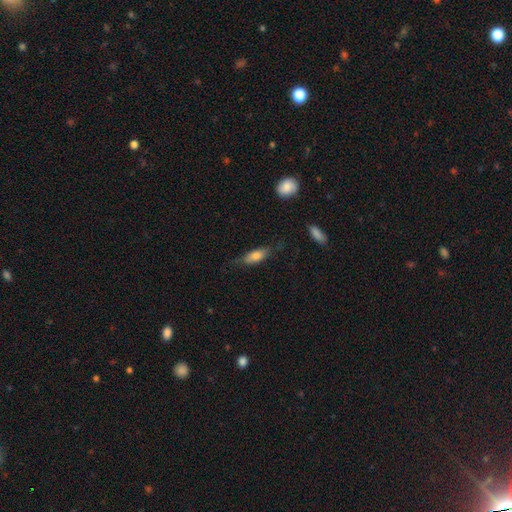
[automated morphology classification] Smooth or featured? Predicted: smooth (p=0.75). How rounded? Predicted: in between (p=0.70). Merging? Predicted: none (p=0.65).